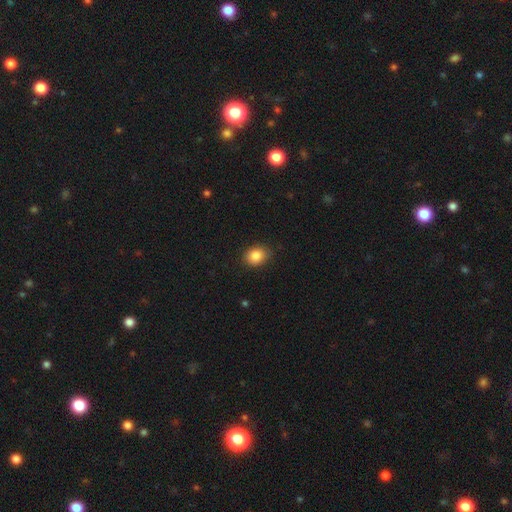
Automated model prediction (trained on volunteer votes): smooth-or-featured: smooth: 85% | star or artifact: 9% | featured or disk: 6%
  how-rounded: in between: 52% | round: 47% | cigar-shaped: 1%
  merging: none: 83% | minor disturbance: 13% | major disturbance: 3% | merger: 1%